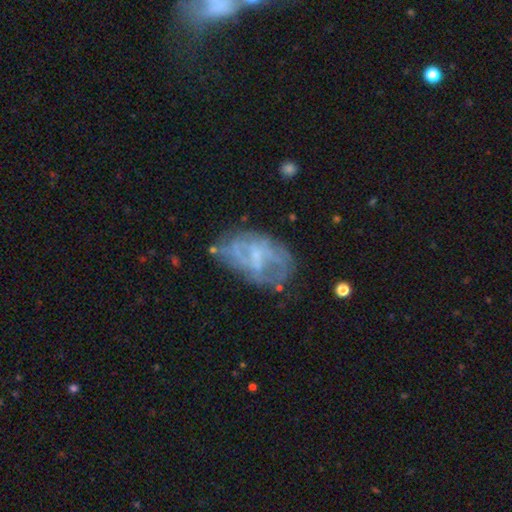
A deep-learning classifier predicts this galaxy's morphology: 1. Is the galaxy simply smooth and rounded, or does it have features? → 69% featured or disk, 22% smooth, 9% star or artifact.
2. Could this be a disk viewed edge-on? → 97% no, 3% yes.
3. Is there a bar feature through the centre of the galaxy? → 46% no, 43% weak, 12% strong.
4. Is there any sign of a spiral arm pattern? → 53% yes, 47% no.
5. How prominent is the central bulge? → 45% small, 34% none, 17% moderate, 2% large, 1% dominant.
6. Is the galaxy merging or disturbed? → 53% none, 24% minor disturbance, 18% major disturbance, 5% merger.